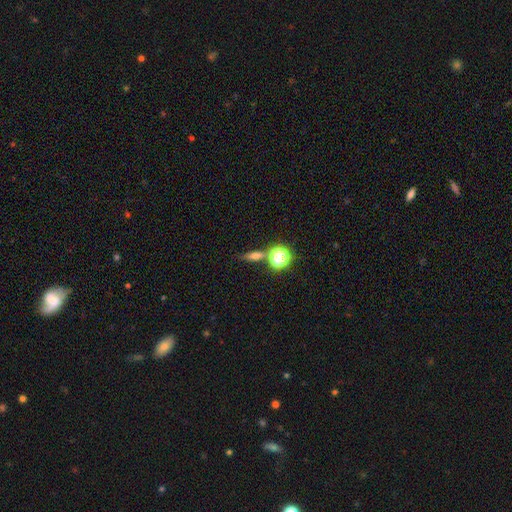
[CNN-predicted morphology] Smooth or featured? Predicted: smooth (p=0.52). How rounded? Predicted: cigar-shaped (p=0.38). Merging? Predicted: none (p=0.73).